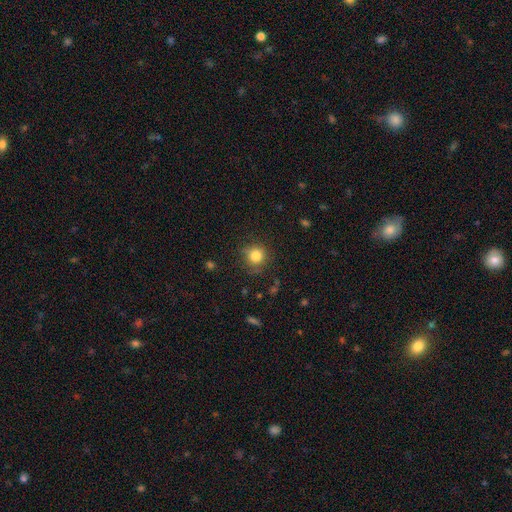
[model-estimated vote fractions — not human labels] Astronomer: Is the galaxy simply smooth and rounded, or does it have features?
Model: smooth — 83%.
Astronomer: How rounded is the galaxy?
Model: round — 92%.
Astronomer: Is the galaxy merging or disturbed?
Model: none — 80%.